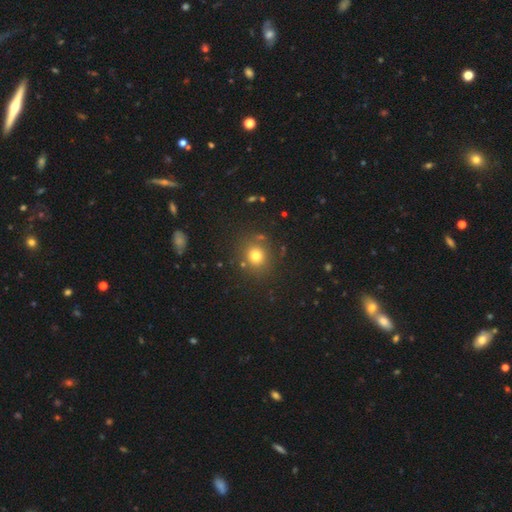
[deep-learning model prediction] Smooth or featured? Predicted: smooth (p=0.76). How rounded? Predicted: round (p=0.85). Merging? Predicted: none (p=0.83).